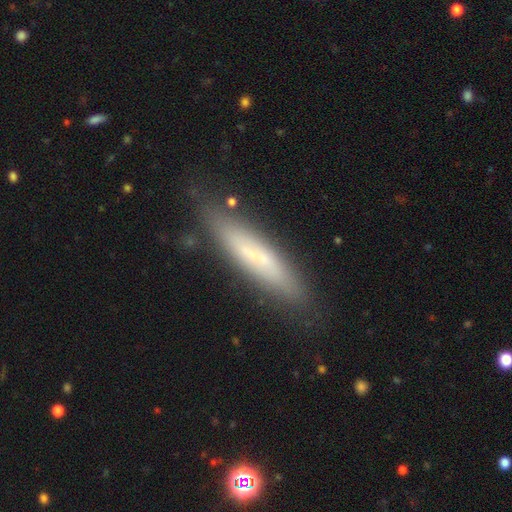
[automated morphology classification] Smooth or featured: smooth — 47% (featured or disk — 45%)
Merging: none — 78% (minor disturbance — 15%)